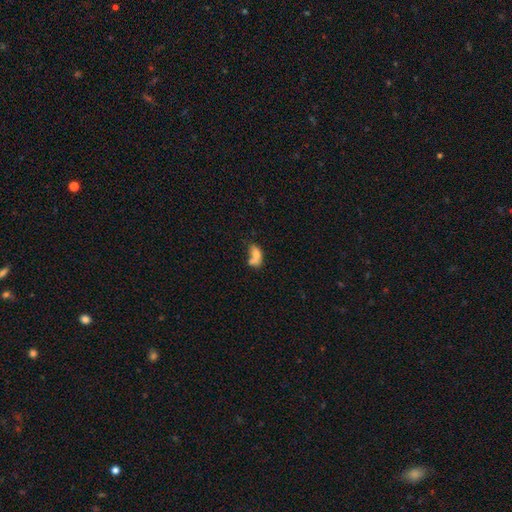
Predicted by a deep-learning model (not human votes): Smooth or featured? Predicted: smooth (p=0.69). How rounded? Predicted: in between (p=0.81). Merging? Predicted: merger (p=0.47).